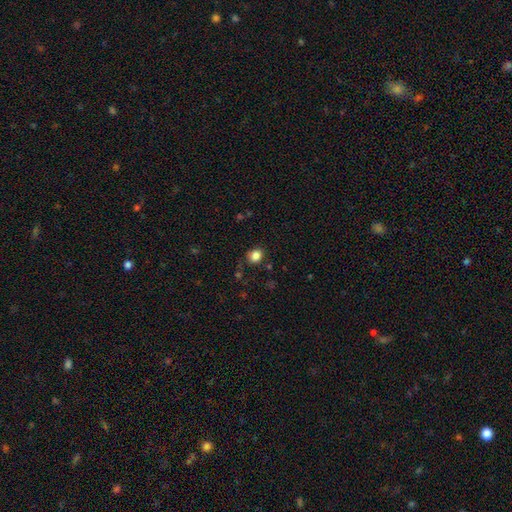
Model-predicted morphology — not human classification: smooth 84%, star or artifact 11%, featured or disk 5%. Down the decision tree: how rounded — round (62%); merging — none (82%).